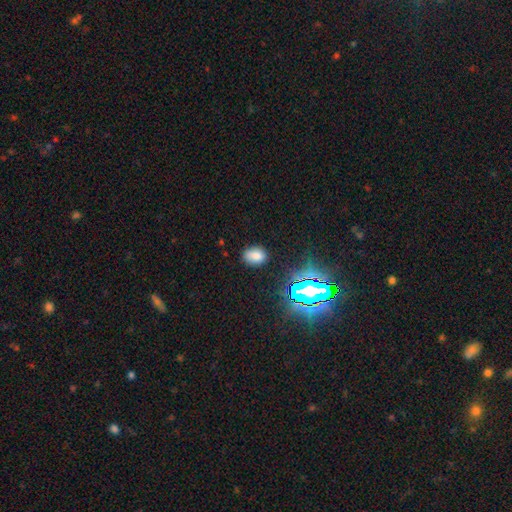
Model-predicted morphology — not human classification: Q: Smooth or featured?
A: smooth (74%); runner-up: star or artifact (18%)
Q: How rounded?
A: in between (78%); runner-up: round (20%)
Q: Merging?
A: none (82%); runner-up: minor disturbance (13%)